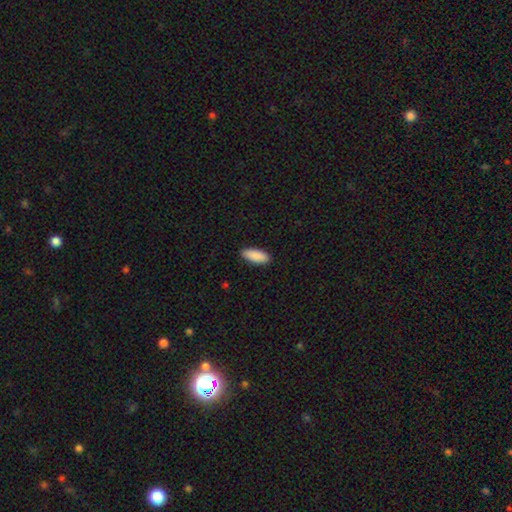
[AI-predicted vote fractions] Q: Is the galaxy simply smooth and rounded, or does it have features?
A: smooth — 91%.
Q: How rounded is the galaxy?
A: in between — 82%.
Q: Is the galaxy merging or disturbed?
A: none — 89%.